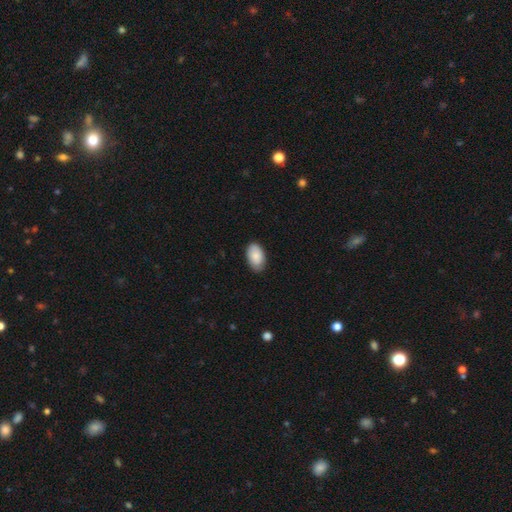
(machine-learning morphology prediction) Smooth or featured? Predicted: smooth (p=0.85). How rounded? Predicted: in between (p=0.94). Merging? Predicted: none (p=0.83).